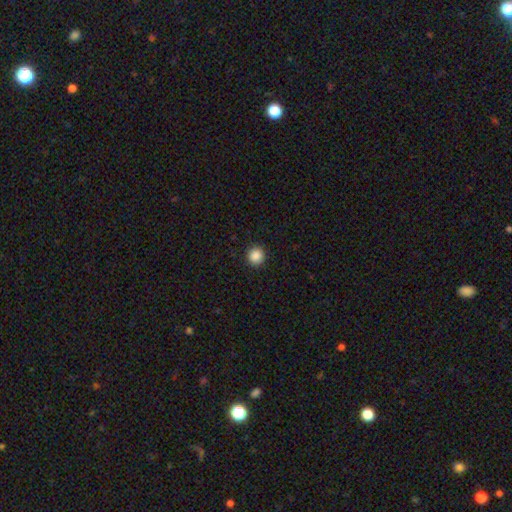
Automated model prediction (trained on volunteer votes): Smooth or featured?
  - smooth: 88% *
  - star or artifact: 9%
  - featured or disk: 3%
How rounded?
  - round: 93% *
  - in between: 6%
  - cigar-shaped: 1%
Merging?
  - none: 92% *
  - minor disturbance: 5%
  - major disturbance: 2%
  - merger: 1%